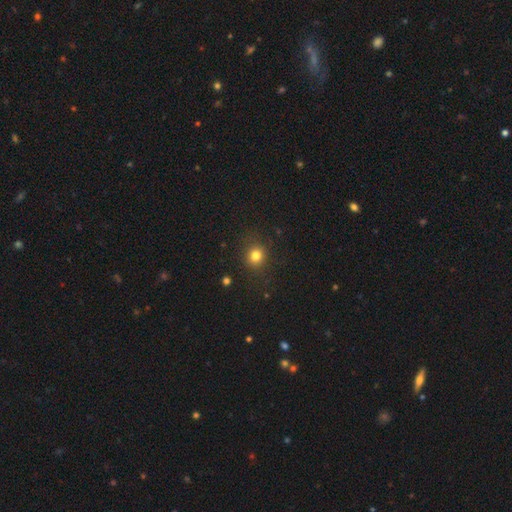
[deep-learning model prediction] smooth 81%, star or artifact 14%, featured or disk 6%. Down the decision tree: how rounded — round (85%); merging — none (87%).